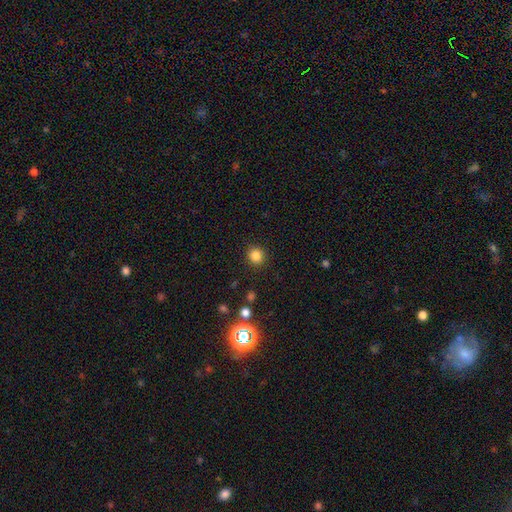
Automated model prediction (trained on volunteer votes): This appears to be a smooth galaxy with no disk features (83%) that is round (88%). Merging: none (90%).